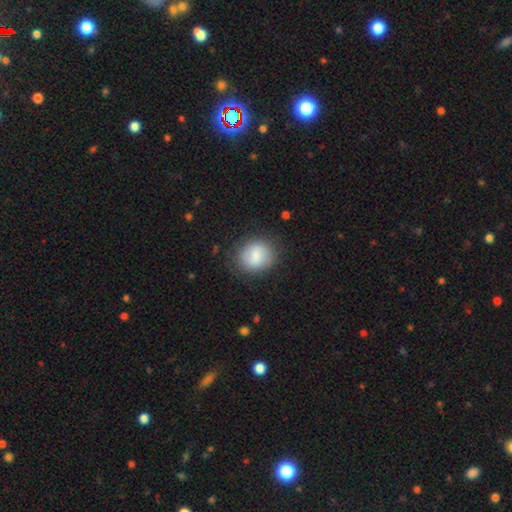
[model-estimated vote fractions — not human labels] Smooth or featured? Predicted: smooth (p=0.77). How rounded? Predicted: round (p=0.73). Merging? Predicted: none (p=0.81).